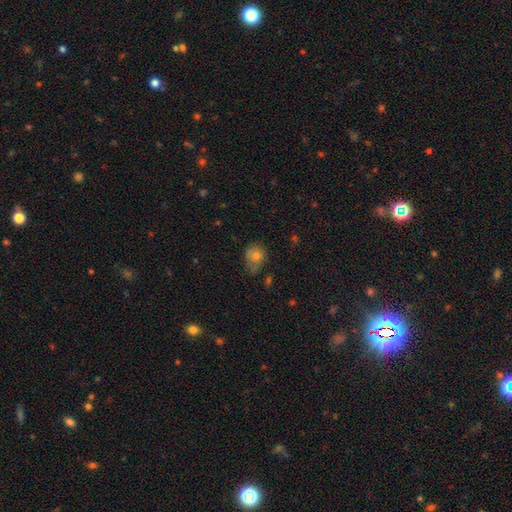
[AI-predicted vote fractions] A smooth galaxy with no disk features (72%) that is round (54%). Merging: none (46%).